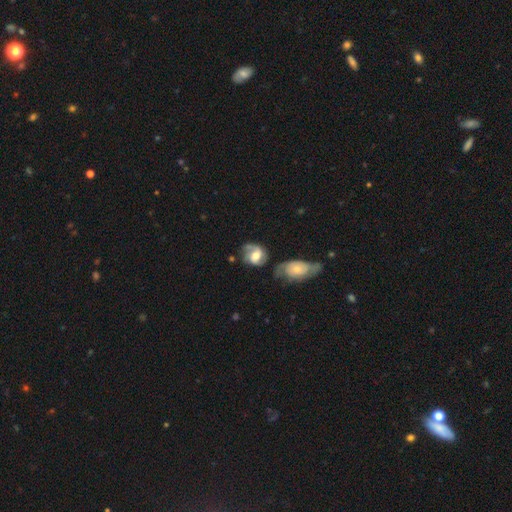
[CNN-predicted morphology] A featured or disk galaxy (65%) with no bar (48%), 2 (74%) medium (45%) spiral arms (86%) and a moderate central bulge (65%). Merging: none (48%).